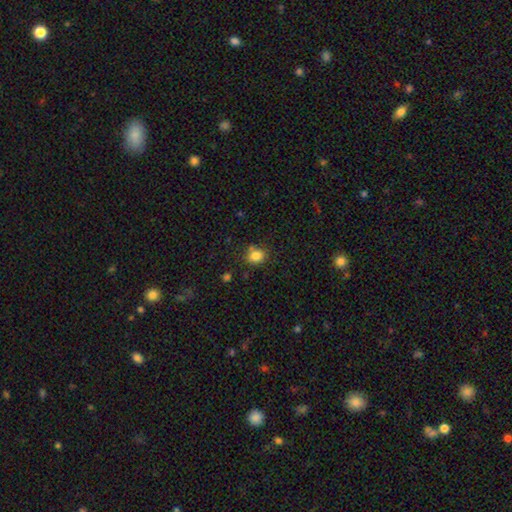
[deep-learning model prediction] Smooth or featured? Predicted: smooth (p=0.83). How rounded? Predicted: round (p=0.68). Merging? Predicted: none (p=0.75).